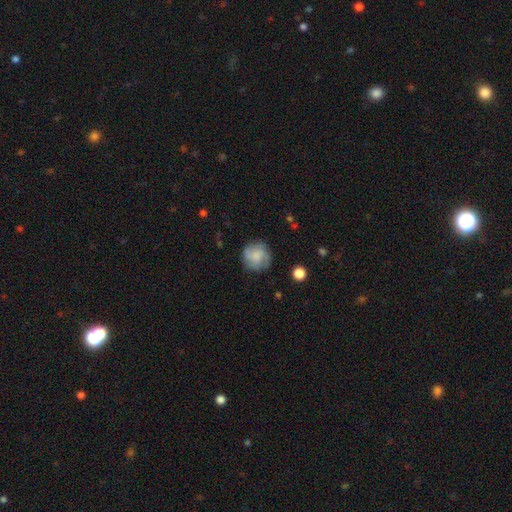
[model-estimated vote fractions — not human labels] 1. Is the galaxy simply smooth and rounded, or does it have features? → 58% smooth, 33% featured or disk, 9% star or artifact.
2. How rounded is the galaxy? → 90% round, 9% in between, 1% cigar-shaped.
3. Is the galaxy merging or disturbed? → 76% none, 16% minor disturbance, 6% major disturbance, 2% merger.